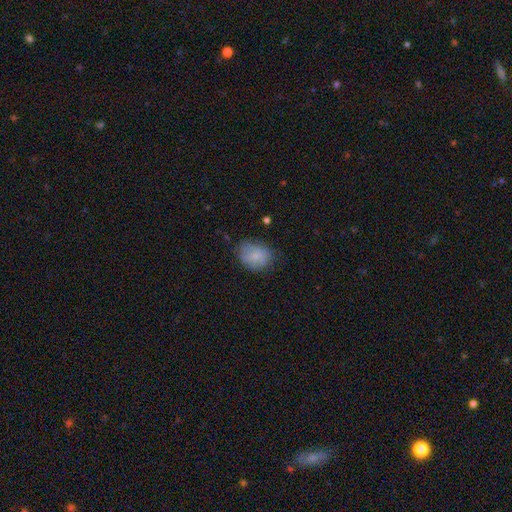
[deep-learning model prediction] This appears to be a smooth galaxy with no disk features (81%) that is in between round and cigar-shaped (55%). Merging: none (66%).